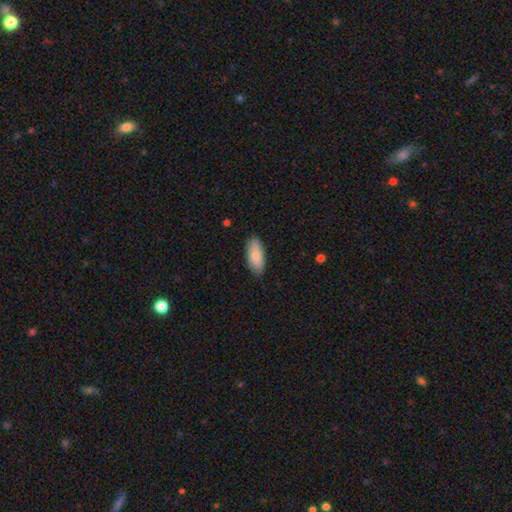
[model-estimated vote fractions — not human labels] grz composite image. It shows a smooth galaxy with no disk features (81%) that is in between round and cigar-shaped (87%). Merging: none (86%).